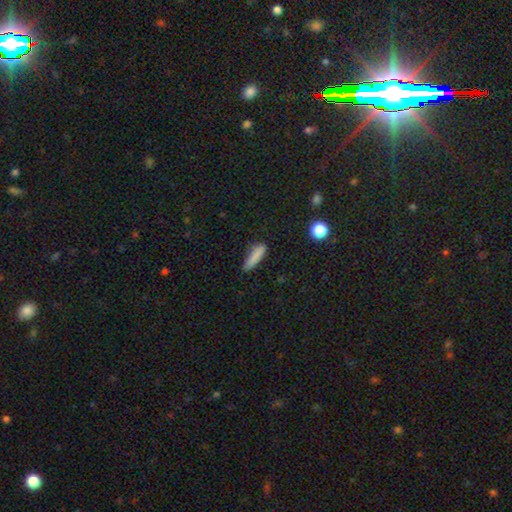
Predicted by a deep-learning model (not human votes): Smooth or featured? Predicted: smooth (p=0.83). How rounded? Predicted: cigar-shaped (p=0.78). Merging? Predicted: none (p=0.73).